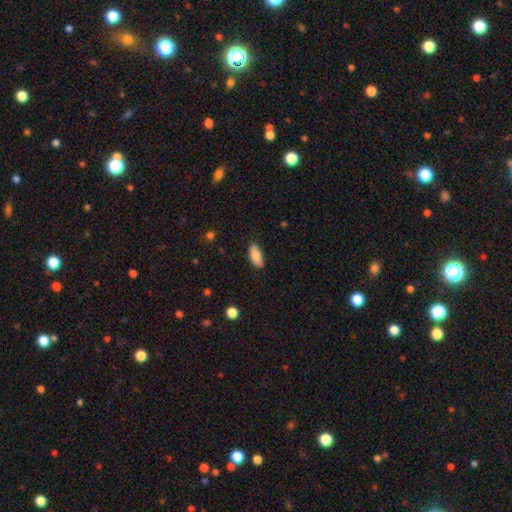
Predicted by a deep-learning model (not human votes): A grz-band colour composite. It shows a smooth galaxy with no disk features (84%) that is in between round and cigar-shaped (87%). Merging: none (80%).